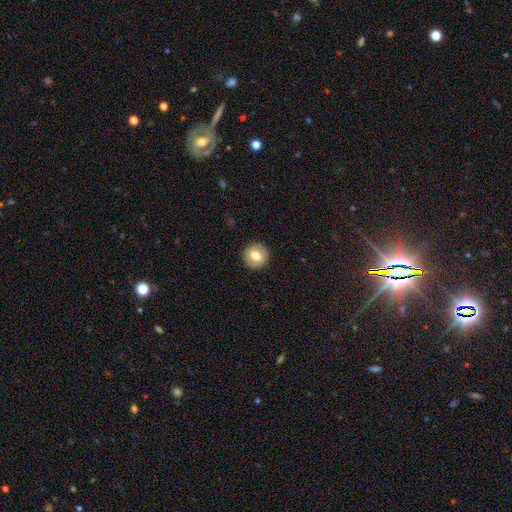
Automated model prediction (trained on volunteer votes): This is likely a smooth galaxy (76%). How rounded: clearly round (94%). Merging: clearly none (92%).